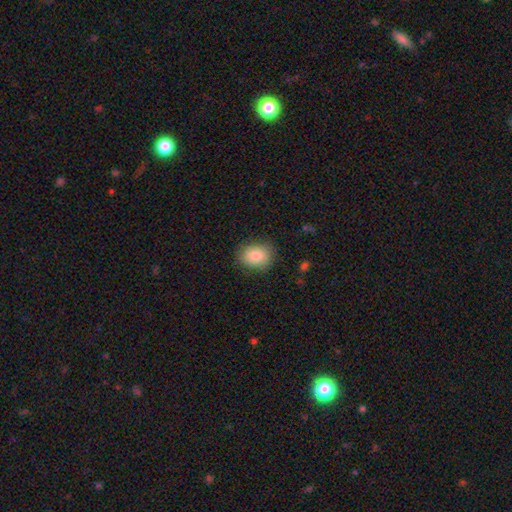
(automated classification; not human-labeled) Overall: smooth (85%). How rounded: in between (60%; round 39%). Merging: none (84%).